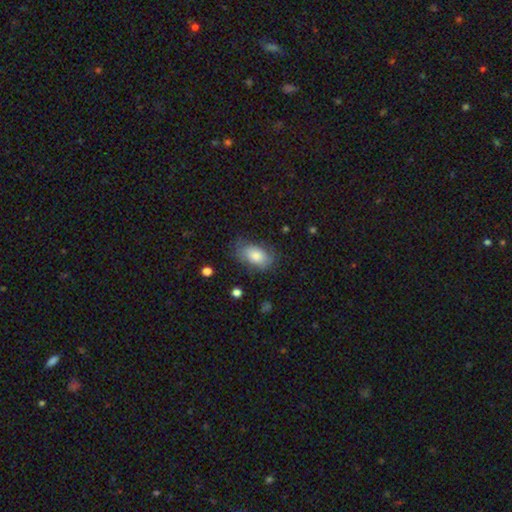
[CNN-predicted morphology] type=smooth (78%); roundness=in between (91%); merging=none (68%).